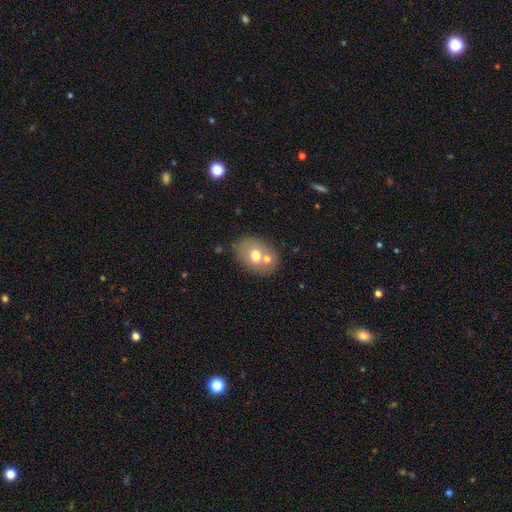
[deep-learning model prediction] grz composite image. It shows a smooth galaxy with no disk features (65%) that is in between round and cigar-shaped (67%). Merging: none (52%).